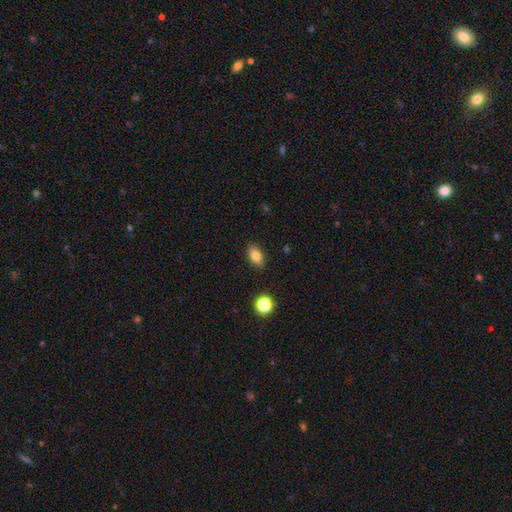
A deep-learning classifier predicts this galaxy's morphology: smooth_or_featured: smooth (p=0.82) [alt: star or artifact p=0.10]
how_rounded: in between (p=0.87) [alt: round p=0.08]
merging: none (p=0.88) [alt: minor disturbance p=0.08]